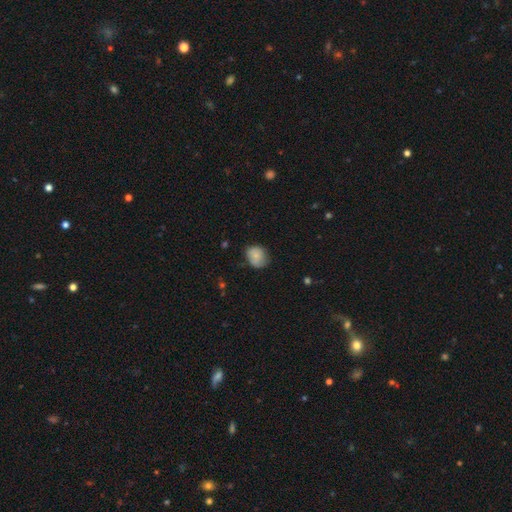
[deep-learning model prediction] smooth-or-featured: smooth: 78% | featured or disk: 13% | star or artifact: 8%
  how-rounded: round: 62% | in between: 38% | cigar-shaped: 1%
  merging: none: 56% | minor disturbance: 34% | major disturbance: 8% | merger: 2%